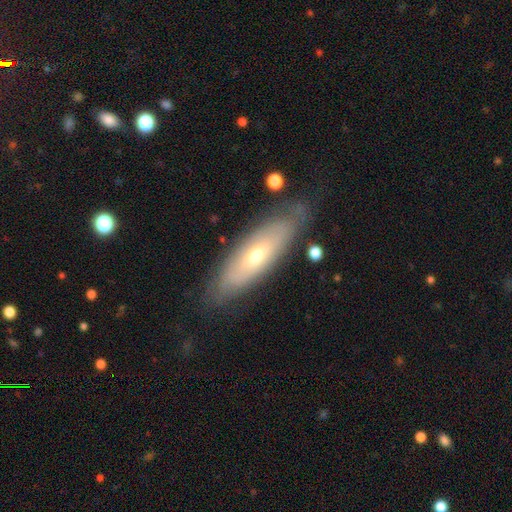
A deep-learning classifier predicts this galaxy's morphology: This is possibly a featured or disk galaxy (52%). It is likely not viewed edge-on (63%). Merging: likely none (78%).